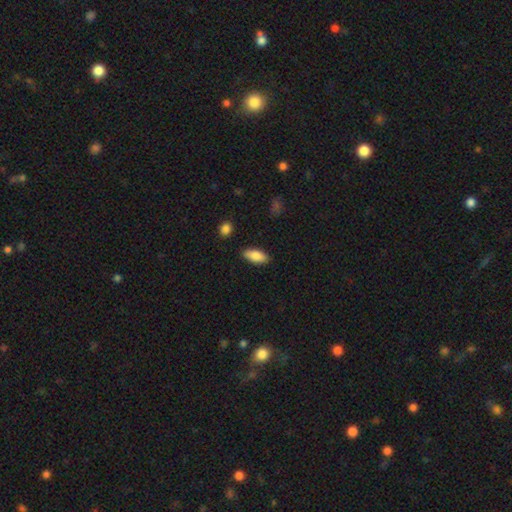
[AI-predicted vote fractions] Smooth or featured?
  - smooth: 85% *
  - featured or disk: 9%
  - star or artifact: 6%
How rounded?
  - in between: 85% *
  - cigar-shaped: 13%
  - round: 2%
Merging?
  - none: 87% *
  - minor disturbance: 10%
  - major disturbance: 2%
  - merger: 2%